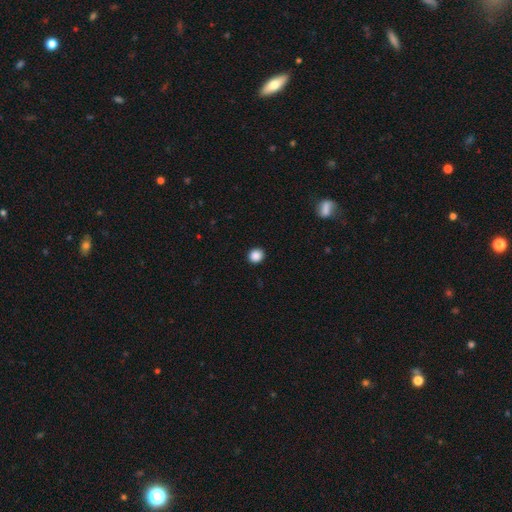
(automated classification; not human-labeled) This appears to be a smooth galaxy with no disk features (88%) that is round (85%). Merging: none (93%).